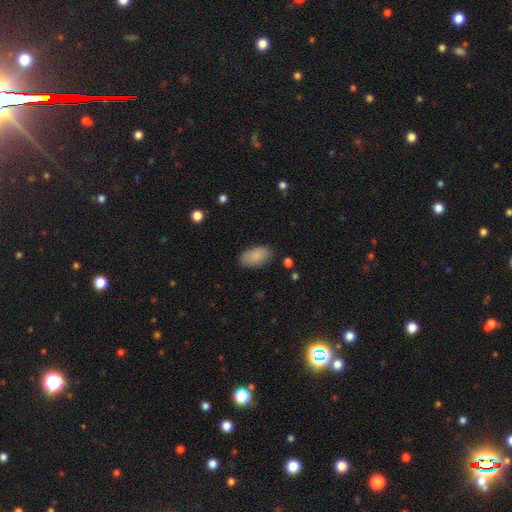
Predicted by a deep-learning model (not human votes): smooth 88%, star or artifact 6%, featured or disk 6%. Down the decision tree: how rounded — in between (94%); merging — none (85%).